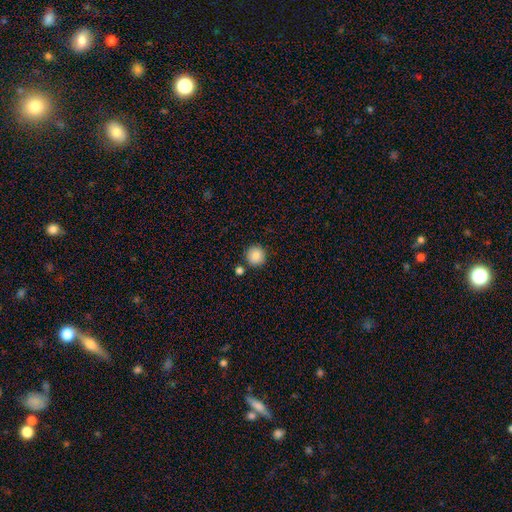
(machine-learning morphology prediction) Smooth or featured: smooth — 86% (star or artifact — 9%)
How rounded: round — 94% (in between — 5%)
Merging: none — 85% (minor disturbance — 7%)